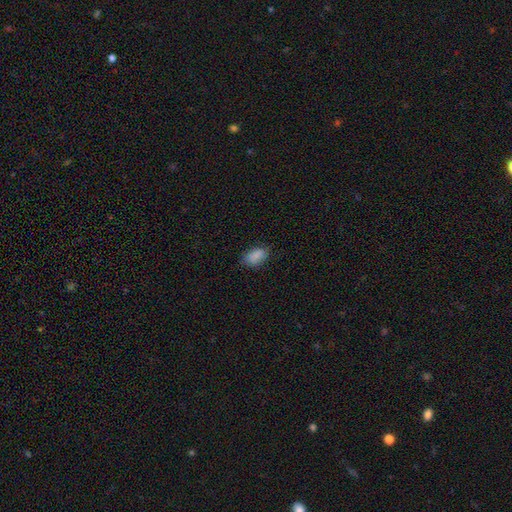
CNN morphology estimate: type=smooth (86%); roundness=in between (91%); merging=none (73%).